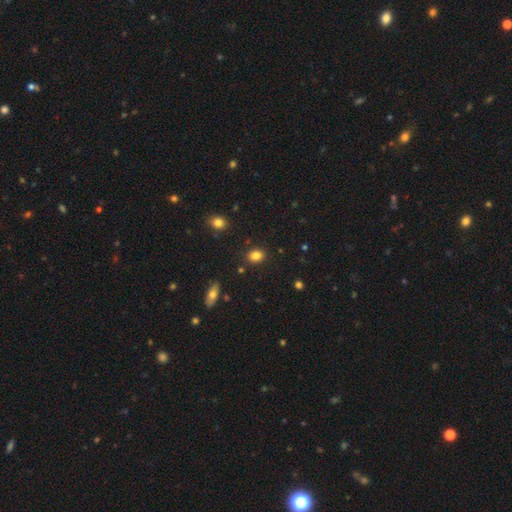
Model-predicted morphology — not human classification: Q: Smooth or featured?
A: smooth (83%); runner-up: star or artifact (10%)
Q: How rounded?
A: in between (63%); runner-up: round (36%)
Q: Merging?
A: none (86%); runner-up: minor disturbance (9%)